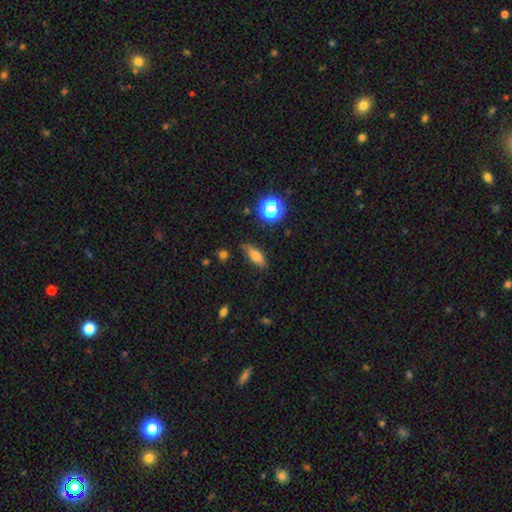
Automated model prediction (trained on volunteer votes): A smooth galaxy with no disk features (73%) that is in between round and cigar-shaped (62%). Merging: none (77%).